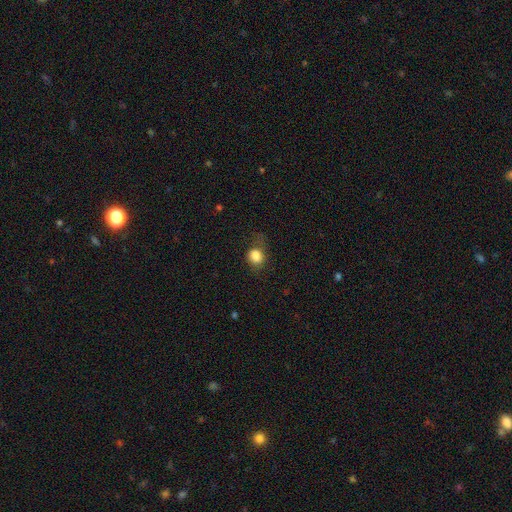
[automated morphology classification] A smooth galaxy with no disk features (83%) that is round (60%).

Vote fractions:
- Smooth or featured? smooth: 83% / star or artifact: 10% / featured or disk: 7%
- How rounded? round: 60% / in between: 39% / cigar-shaped: 1%
- Merging? none: 53% / minor disturbance: 26% / major disturbance: 19% / merger: 2%